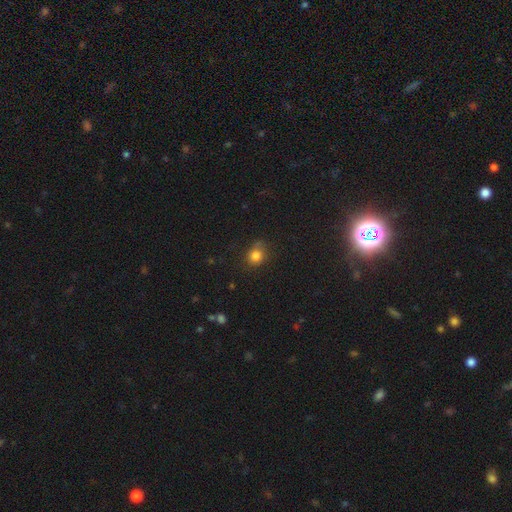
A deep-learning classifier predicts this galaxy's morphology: This appears to be a smooth galaxy with no disk features (81%) that is round (74%). Merging: none (69%).